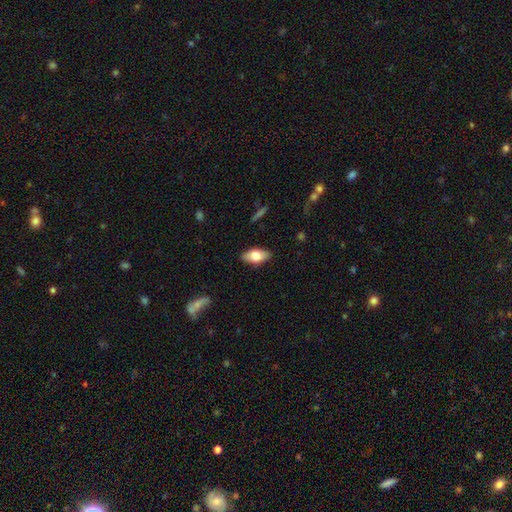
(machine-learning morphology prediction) Smooth or featured?
  - smooth: 72% *
  - featured or disk: 21%
  - star or artifact: 7%
How rounded?
  - in between: 88% *
  - cigar-shaped: 9%
  - round: 3%
Merging?
  - none: 87% *
  - minor disturbance: 10%
  - major disturbance: 2%
  - merger: 1%